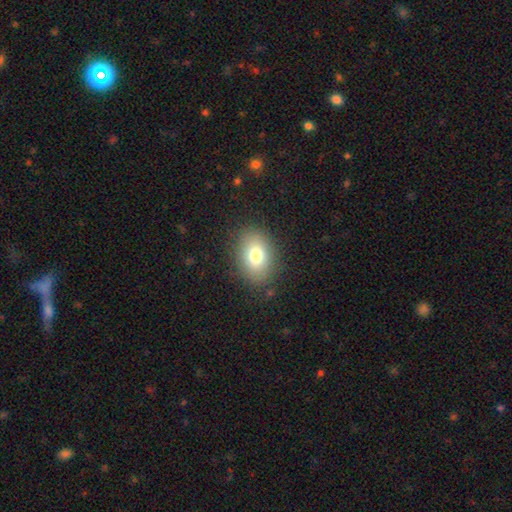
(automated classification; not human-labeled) This appears to be a smooth galaxy with no disk features (78%) that is in between round and cigar-shaped (74%). Merging: none (85%).